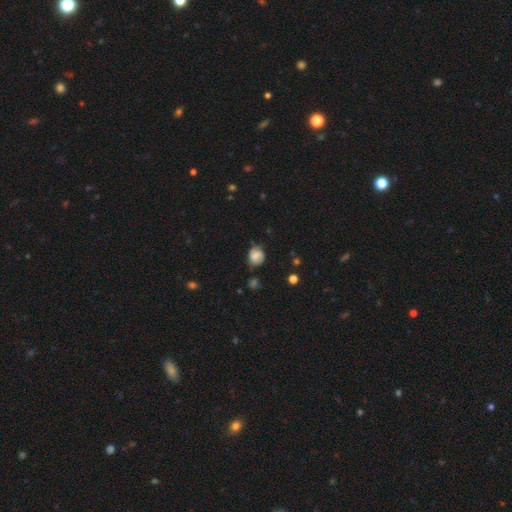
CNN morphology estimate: Overall: smooth (62%; featured or disk 28%). How rounded: round (59%; in between 40%). Merging: none (56%; minor disturbance 30%).